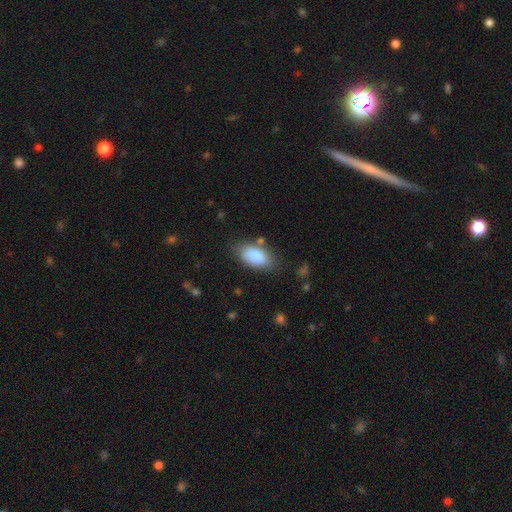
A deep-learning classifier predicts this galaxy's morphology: Q: Smooth or featured?
A: smooth (85%); runner-up: featured or disk (8%)
Q: How rounded?
A: in between (93%); runner-up: round (4%)
Q: Merging?
A: none (74%); runner-up: minor disturbance (18%)